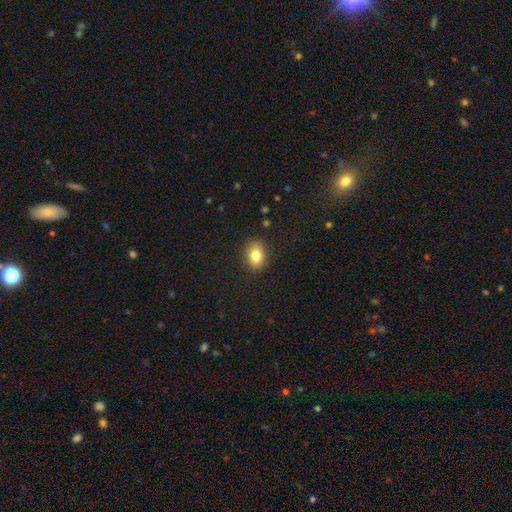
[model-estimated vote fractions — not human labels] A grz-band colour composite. It shows a smooth galaxy with no disk features (83%) that is in between round and cigar-shaped (66%). Merging: none (88%).